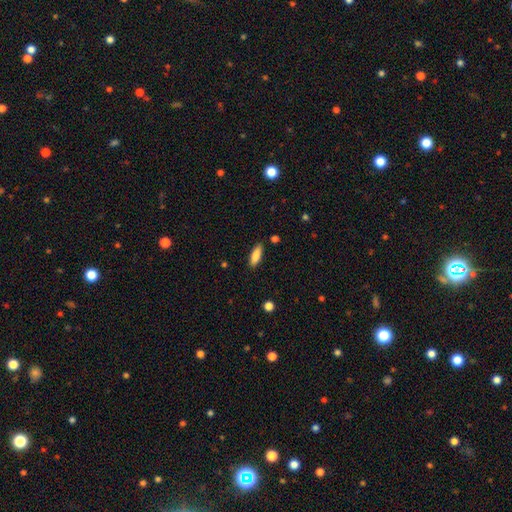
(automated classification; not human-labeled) The model was most divided on "how rounded": in between: 54%, cigar-shaped: 44%, round: 2%. More confident: merging — none (86%); smooth or featured — smooth (85%).